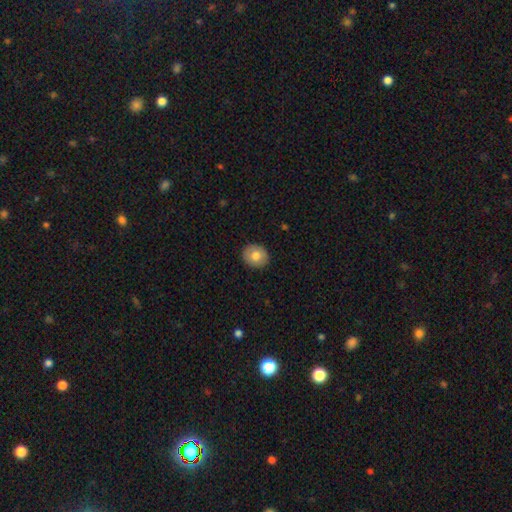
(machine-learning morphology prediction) This appears to be a smooth galaxy with no disk features (75%) that is round (76%). Merging: none (90%).